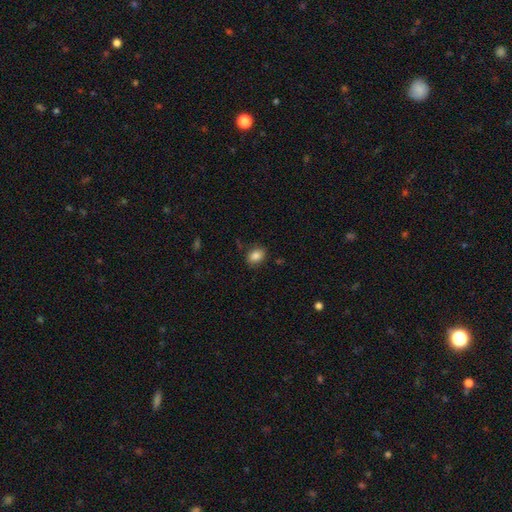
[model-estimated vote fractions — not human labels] smooth 85%, star or artifact 9%, featured or disk 6%. Down the decision tree: how rounded — in between (63%); merging — none (84%).